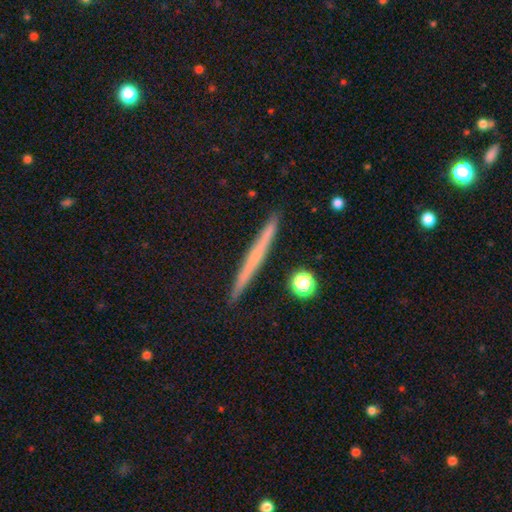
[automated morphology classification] type=featured or disk (50%); edge-on=yes (97%); merging=none (91%).